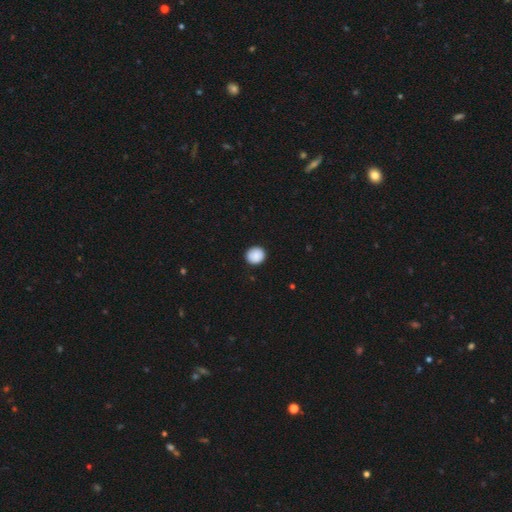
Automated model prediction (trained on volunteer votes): A smooth galaxy with no disk features (89%) that is round (88%).

Vote fractions:
- Smooth or featured? smooth: 89% / star or artifact: 8% / featured or disk: 3%
- How rounded? round: 88% / in between: 11% / cigar-shaped: 1%
- Merging? none: 91% / minor disturbance: 7% / major disturbance: 2% / merger: 1%